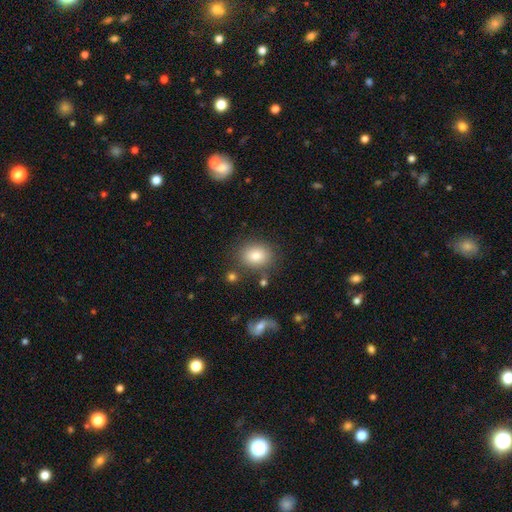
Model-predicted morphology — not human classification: smooth-or-featured: smooth: 81% | featured or disk: 10% | star or artifact: 10%
  how-rounded: in between: 50% | round: 49% | cigar-shaped: 1%
  merging: none: 79% | minor disturbance: 12% | merger: 5% | major disturbance: 4%